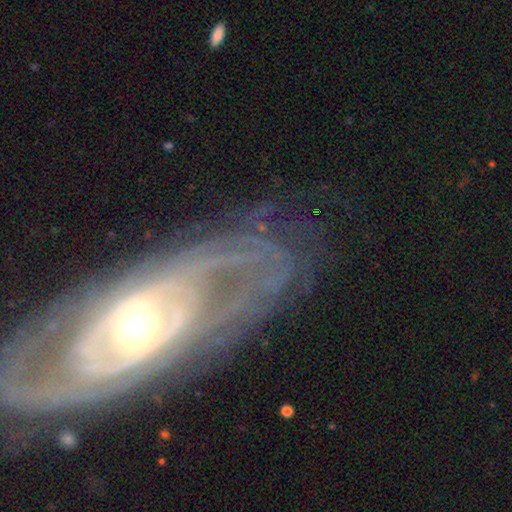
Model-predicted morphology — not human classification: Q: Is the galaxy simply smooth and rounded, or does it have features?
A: featured or disk — 84%.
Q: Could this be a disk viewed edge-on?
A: no — 89%.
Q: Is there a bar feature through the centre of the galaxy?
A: no — 62%.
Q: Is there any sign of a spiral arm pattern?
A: yes — 80%.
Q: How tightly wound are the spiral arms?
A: tight — 65%.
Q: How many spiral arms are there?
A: can't tell — 41%.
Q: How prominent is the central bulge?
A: moderate — 63%.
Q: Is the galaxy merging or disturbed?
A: none — 74%.